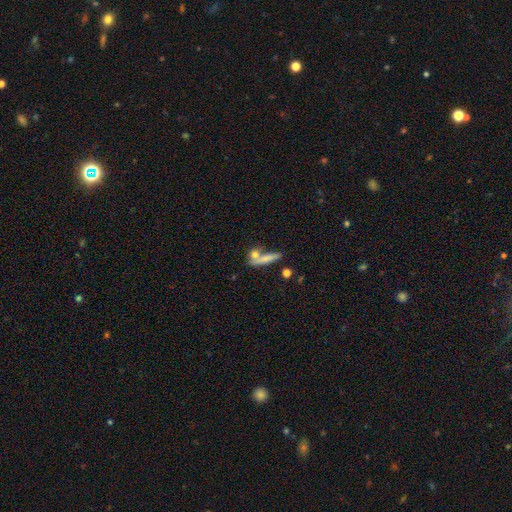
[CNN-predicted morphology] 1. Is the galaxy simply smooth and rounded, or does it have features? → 68% smooth, 23% featured or disk, 9% star or artifact.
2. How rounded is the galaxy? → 62% cigar-shaped, 22% in between, 16% round.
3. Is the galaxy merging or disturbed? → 53% none, 27% merger, 13% minor disturbance, 7% major disturbance.